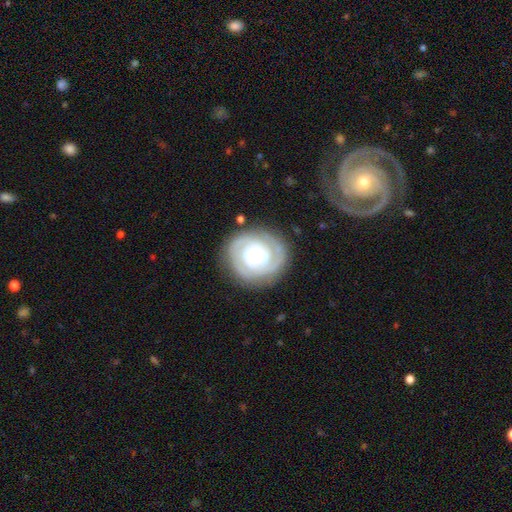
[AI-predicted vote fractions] A featured or disk galaxy (79%) with no bar (75%), 2 (44%) tight (75%) spiral arms (84%) and a moderate central bulge (54%). Merging: none (81%).